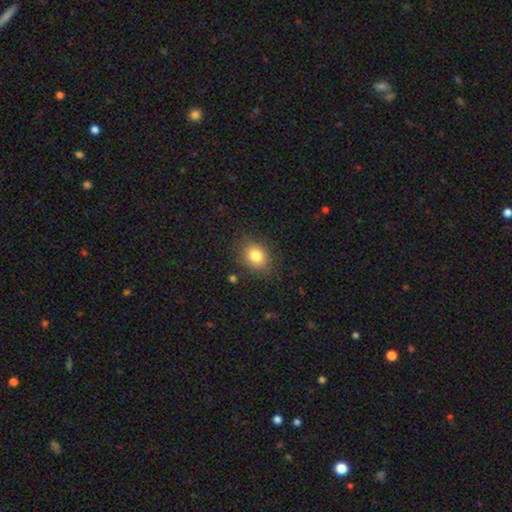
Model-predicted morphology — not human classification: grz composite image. It shows a smooth galaxy with no disk features (80%) that is round (53%). Merging: none (83%).